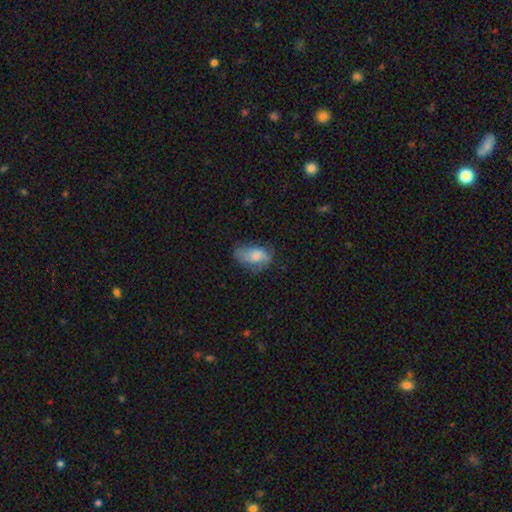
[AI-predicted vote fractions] This appears to be a smooth galaxy with no disk features (69%) that is in between round and cigar-shaped (91%). Merging: none (47%).